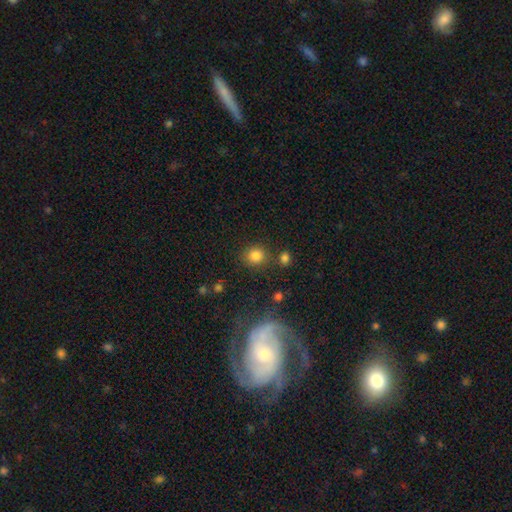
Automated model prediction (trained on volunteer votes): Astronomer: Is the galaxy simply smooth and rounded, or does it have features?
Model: smooth — 82%.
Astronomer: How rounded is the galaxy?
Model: round — 82%.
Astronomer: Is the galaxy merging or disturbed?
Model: none — 78%.